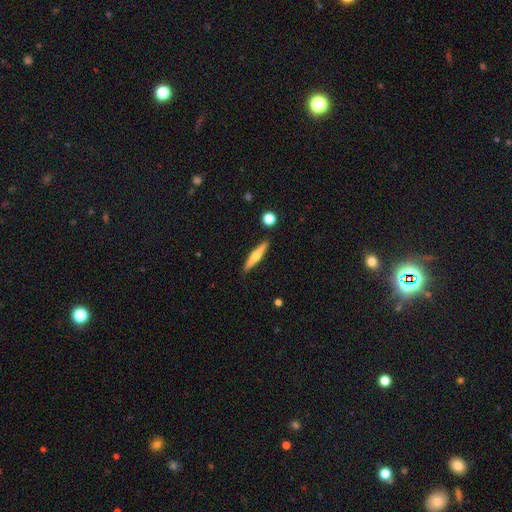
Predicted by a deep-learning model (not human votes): smooth_or_featured: featured or disk (p=0.52) [alt: smooth p=0.42]
disk_edge_on: yes (p=0.95) [alt: no p=0.05]
merging: none (p=0.90) [alt: minor disturbance p=0.07]